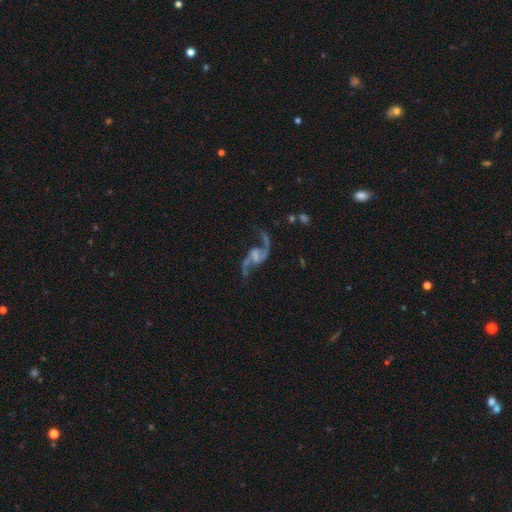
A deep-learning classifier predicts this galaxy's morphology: This is clearly a featured or disk galaxy (89%). It is clearly not viewed edge-on (98%). Bar: possibly weak (46%). Spiral arm pattern: clearly yes (96%). Spiral arm count: clearly 2 (93%). Spiral winding: clearly loose (83%). Central bulge: marginally none (44%). Merging: likely none (65%).